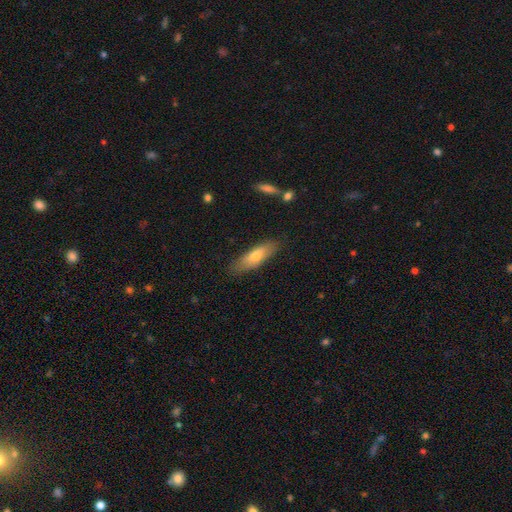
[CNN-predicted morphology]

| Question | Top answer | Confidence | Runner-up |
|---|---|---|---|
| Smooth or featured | smooth | 65% | featured or disk (29%) |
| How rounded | cigar-shaped | 52% | in between (46%) |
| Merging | none | 82% | minor disturbance (13%) |